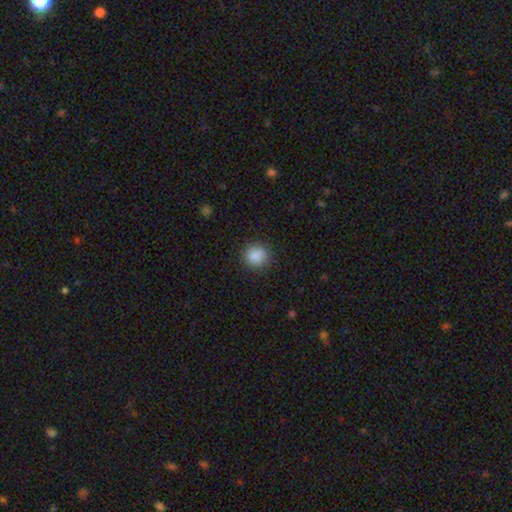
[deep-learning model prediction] The model was most divided on "smooth or featured": smooth: 88%, star or artifact: 9%, featured or disk: 3%. More confident: how rounded — round (90%); merging — none (90%).